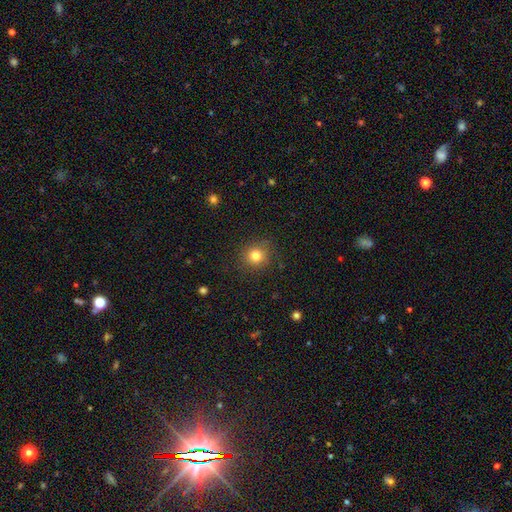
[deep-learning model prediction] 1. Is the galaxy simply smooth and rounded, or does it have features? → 81% smooth, 13% star or artifact, 7% featured or disk.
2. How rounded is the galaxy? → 91% round, 9% in between, 1% cigar-shaped.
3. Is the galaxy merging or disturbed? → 88% none, 8% minor disturbance, 3% major disturbance, 1% merger.